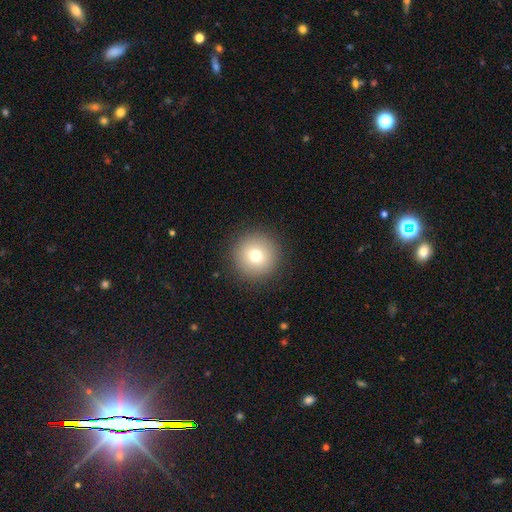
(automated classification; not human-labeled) A smooth galaxy with no disk features (75%) that is round (97%).

Vote fractions:
- Smooth or featured? smooth: 75% / featured or disk: 13% / star or artifact: 12%
- How rounded? round: 97% / in between: 3% / cigar-shaped: 1%
- Merging? none: 92% / minor disturbance: 5% / major disturbance: 2% / merger: 1%